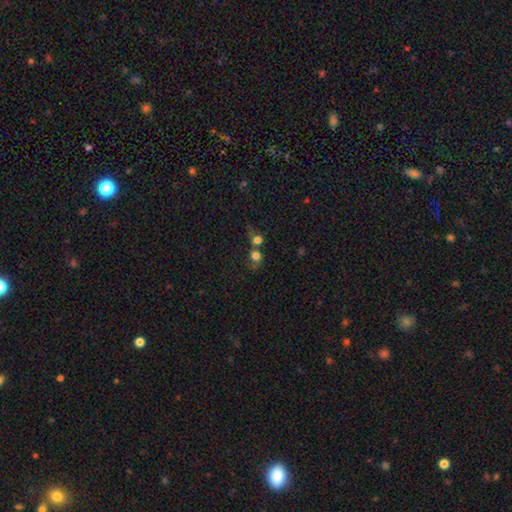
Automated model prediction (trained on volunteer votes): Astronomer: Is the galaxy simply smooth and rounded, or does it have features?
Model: smooth — 73%.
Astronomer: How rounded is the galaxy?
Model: round — 81%.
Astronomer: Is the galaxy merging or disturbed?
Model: merger — 51% (runner-up: none, 32%).